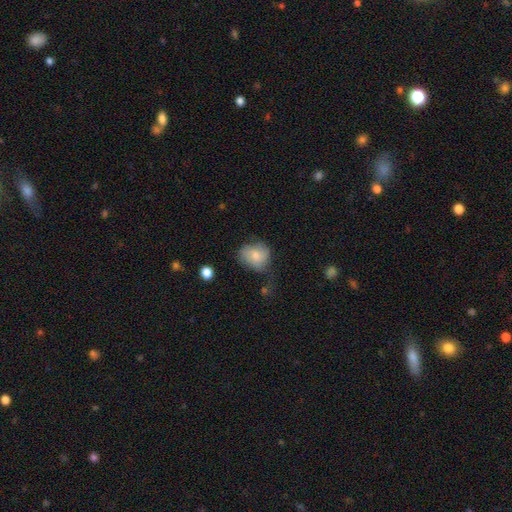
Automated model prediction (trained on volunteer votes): Smooth or featured? Predicted: smooth (p=0.69). How rounded? Predicted: round (p=0.61). Merging? Predicted: none (p=0.43).